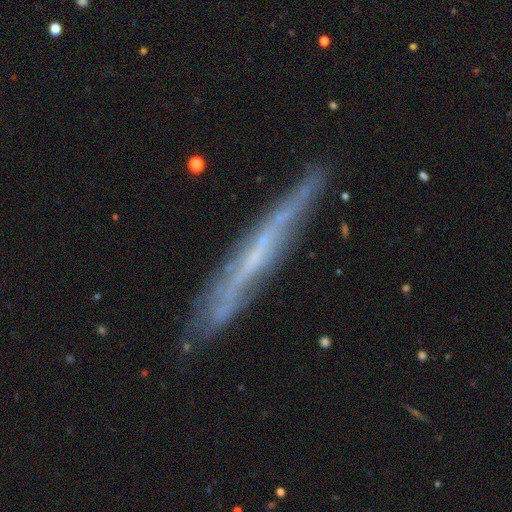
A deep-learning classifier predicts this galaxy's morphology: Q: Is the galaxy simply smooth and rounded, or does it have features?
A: featured or disk — 68%.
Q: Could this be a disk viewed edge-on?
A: yes — 87%.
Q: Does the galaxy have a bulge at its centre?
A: none — 84%.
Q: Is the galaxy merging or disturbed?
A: none — 82%.